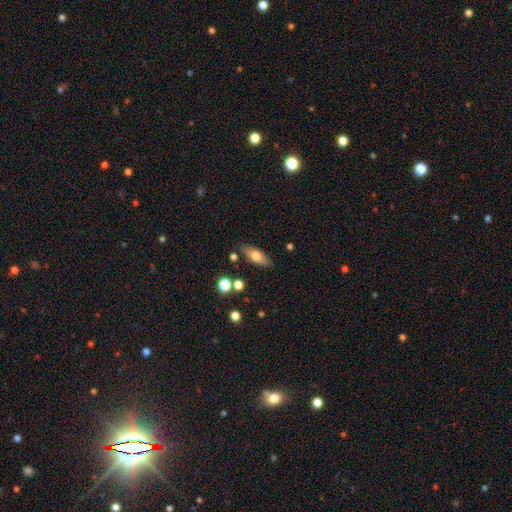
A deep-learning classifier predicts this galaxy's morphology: Smooth or featured: smooth — 66% (featured or disk — 26%)
How rounded: in between — 70% (cigar-shaped — 27%)
Merging: none — 81% (minor disturbance — 12%)